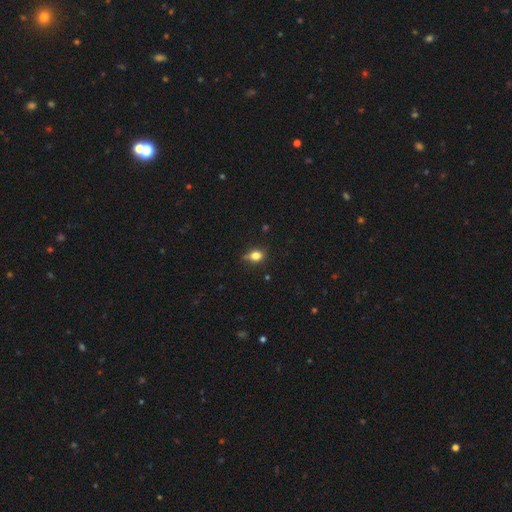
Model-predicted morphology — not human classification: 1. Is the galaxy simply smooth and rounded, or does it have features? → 72% smooth, 16% featured or disk, 12% star or artifact.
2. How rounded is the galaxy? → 57% in between, 38% round, 5% cigar-shaped.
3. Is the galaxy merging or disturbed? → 62% none, 28% minor disturbance, 7% major disturbance, 2% merger.